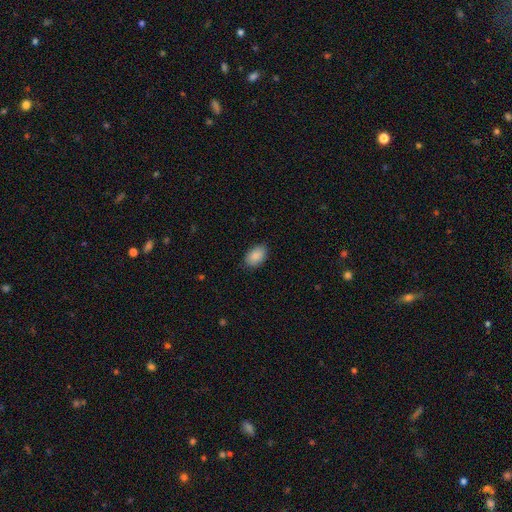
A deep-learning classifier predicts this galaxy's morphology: The model was most divided on "merging": none: 85%, minor disturbance: 12%, major disturbance: 2%, merger: 1%. More confident: smooth or featured — smooth (89%); how rounded — in between (89%).